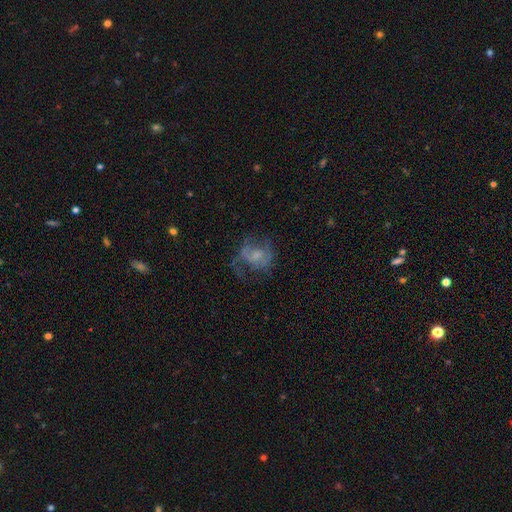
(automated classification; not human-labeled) Q: Smooth or featured?
A: featured or disk (54%); runner-up: smooth (34%)
Q: Edge-on disk?
A: no (97%); runner-up: yes (3%)
Q: Bar?
A: no (64%); runner-up: weak (30%)
Q: Spiral arms?
A: yes (60%); runner-up: no (40%)
Q: Bulge size?
A: small (36%); runner-up: moderate (29%)
Q: Merging?
A: none (44%); runner-up: major disturbance (34%)